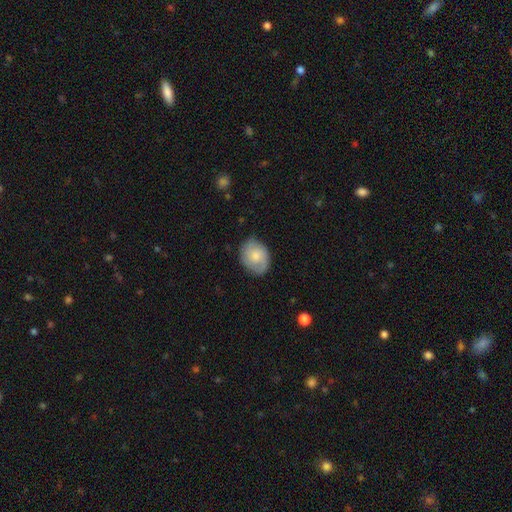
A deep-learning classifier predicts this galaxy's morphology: This is possibly a smooth galaxy (56%). How rounded: possibly in between (59%). Merging: likely none (77%).